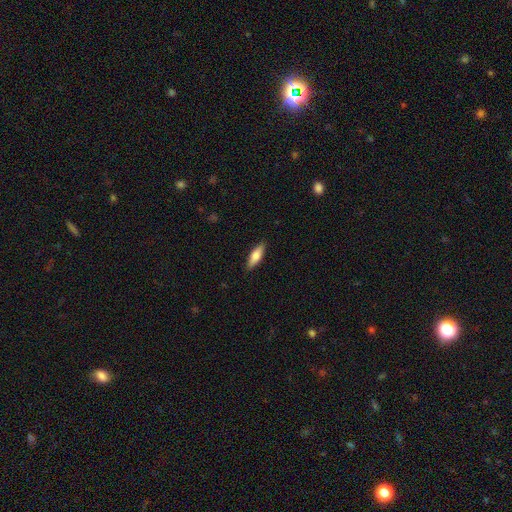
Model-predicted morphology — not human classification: smooth-or-featured: smooth: 74% | featured or disk: 20% | star or artifact: 6%
  how-rounded: in between: 53% | cigar-shaped: 45% | round: 2%
  merging: none: 88% | minor disturbance: 9% | major disturbance: 2% | merger: 1%